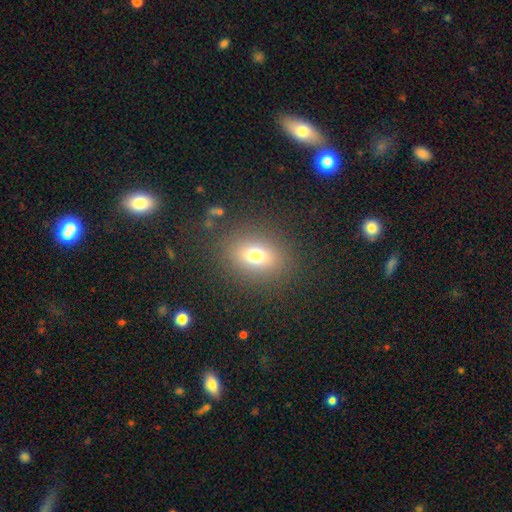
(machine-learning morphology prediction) Smooth or featured? smooth (71%)
How rounded? in between (54%)
Merging? none (84%)